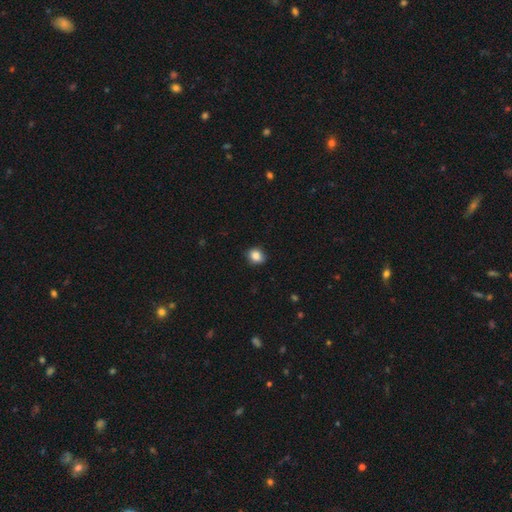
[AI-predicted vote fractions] This is clearly a smooth galaxy (86%). How rounded: likely round (65%). Merging: clearly none (85%).